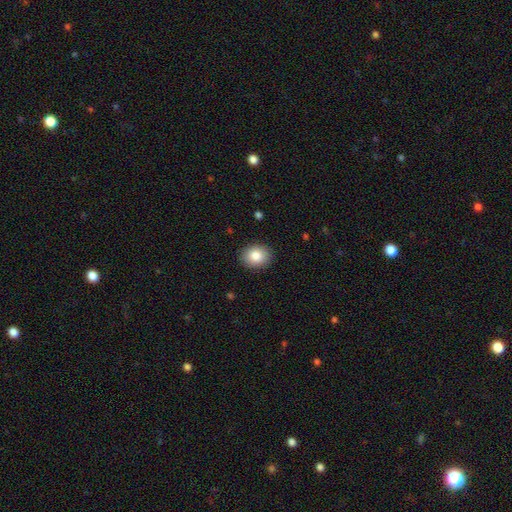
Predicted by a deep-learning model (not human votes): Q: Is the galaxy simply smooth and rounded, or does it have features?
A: smooth — 85%.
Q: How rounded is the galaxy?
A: in between — 50%.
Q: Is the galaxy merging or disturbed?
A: none — 90%.